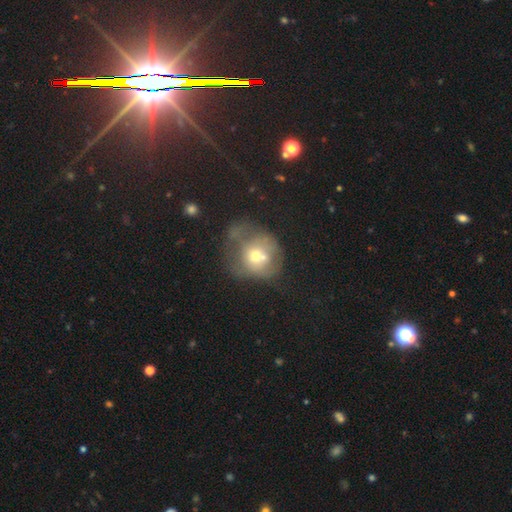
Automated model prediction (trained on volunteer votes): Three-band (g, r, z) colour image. It shows a smooth galaxy with no disk features (46%). Merging: none (32%).